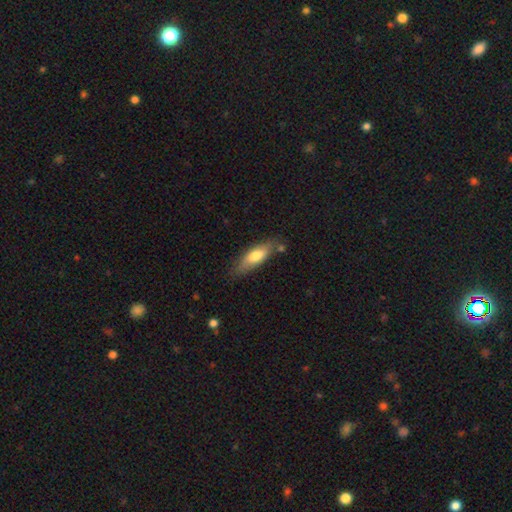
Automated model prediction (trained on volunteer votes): smooth-or-featured: smooth: 68% | featured or disk: 26% | star or artifact: 6%
  how-rounded: in between: 52% | cigar-shaped: 46% | round: 2%
  merging: none: 74% | minor disturbance: 17% | merger: 5% | major disturbance: 4%